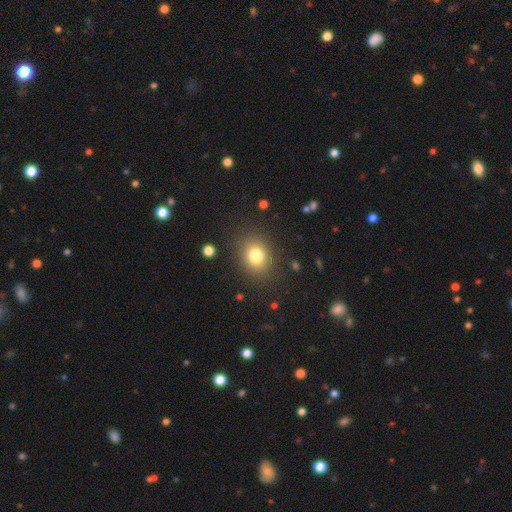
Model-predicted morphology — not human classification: This appears to be a smooth galaxy with no disk features (79%) that is round (57%). Merging: none (86%).